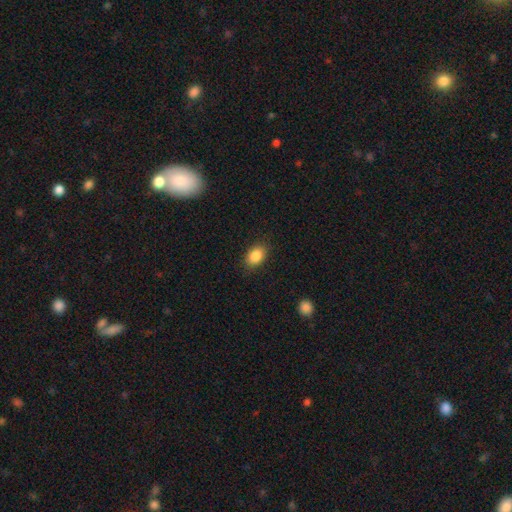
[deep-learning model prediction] Morphology: type=smooth (86%); roundness=in between (83%); merging=none (86%).